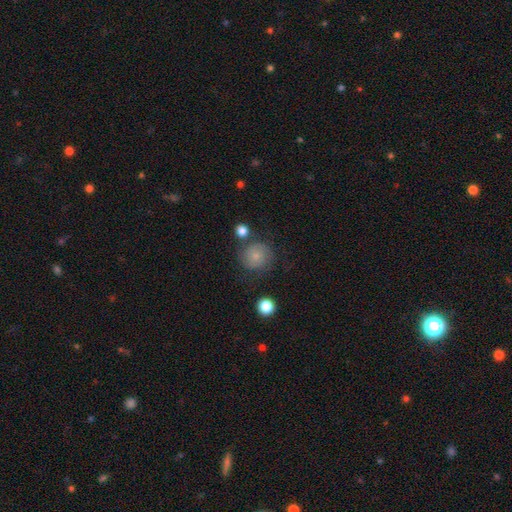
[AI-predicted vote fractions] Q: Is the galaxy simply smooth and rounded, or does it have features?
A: smooth — 66%.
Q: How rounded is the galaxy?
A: round — 90%.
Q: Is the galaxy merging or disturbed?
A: none — 73%.